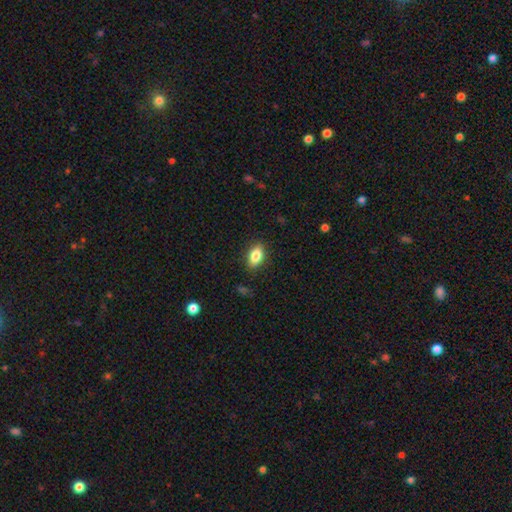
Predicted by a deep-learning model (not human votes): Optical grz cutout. It shows a smooth galaxy with no disk features (84%) that is in between round and cigar-shaped (88%). Merging: none (87%).